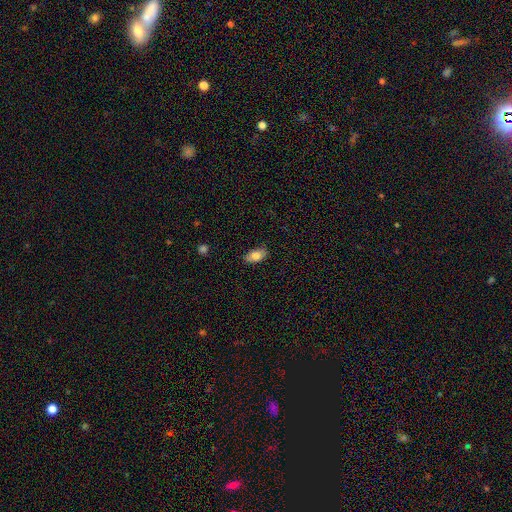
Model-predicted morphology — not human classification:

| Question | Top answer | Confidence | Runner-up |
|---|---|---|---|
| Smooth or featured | smooth | 79% | featured or disk (14%) |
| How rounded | in between | 91% | round (5%) |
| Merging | none | 83% | minor disturbance (13%) |